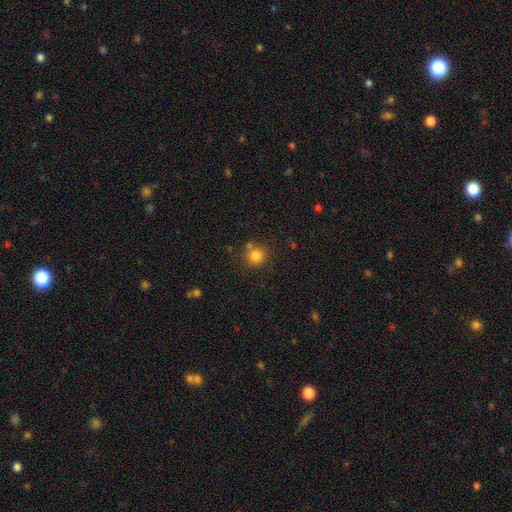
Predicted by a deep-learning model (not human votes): Smooth or featured? Predicted: smooth (p=0.81). How rounded? Predicted: round (p=0.90). Merging? Predicted: none (p=0.74).